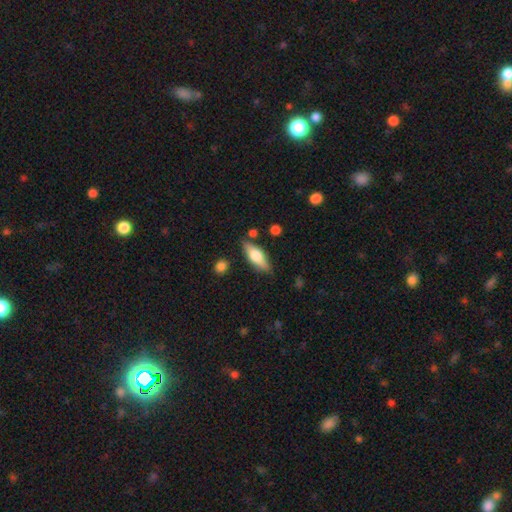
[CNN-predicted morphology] A smooth galaxy with no disk features (56%) that is in between round and cigar-shaped (62%). Merging: none (81%).